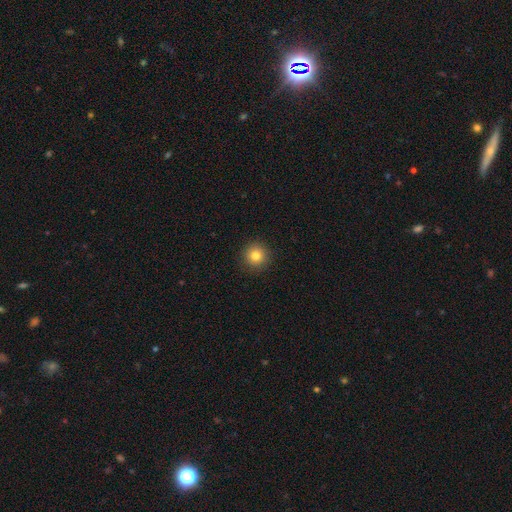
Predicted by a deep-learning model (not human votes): Morphology: type=smooth (81%); roundness=round (95%); merging=none (93%).